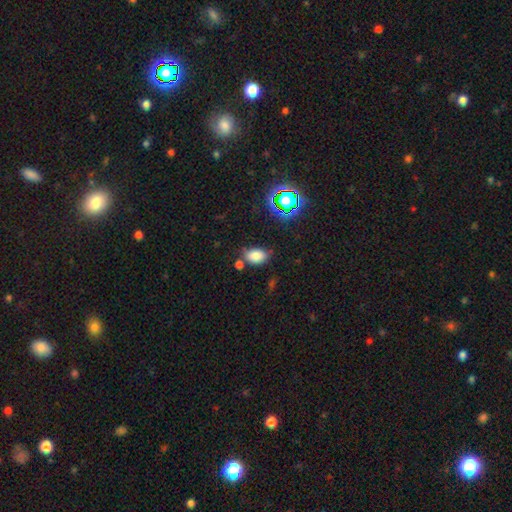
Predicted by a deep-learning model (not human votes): Smooth or featured? Predicted: smooth (p=0.78). How rounded? Predicted: in between (p=0.86). Merging? Predicted: none (p=0.64).